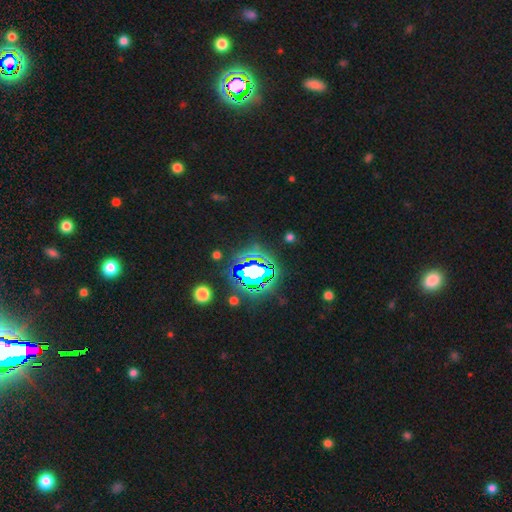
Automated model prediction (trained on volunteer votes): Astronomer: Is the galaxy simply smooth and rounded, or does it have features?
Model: star or artifact — 80%.